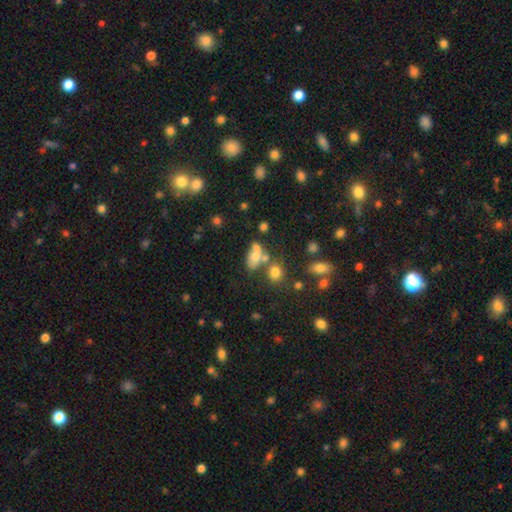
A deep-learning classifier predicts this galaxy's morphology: Overall: smooth (63%; featured or disk 23%). How rounded: in between (76%). Merging: merger (44%; none 32%).